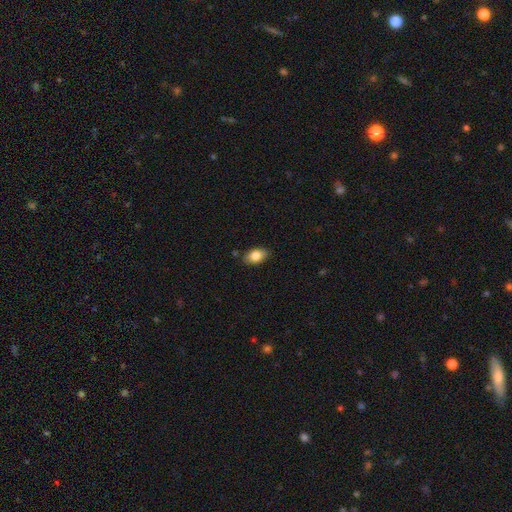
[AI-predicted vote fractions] Smooth or featured?
  - smooth: 83% *
  - featured or disk: 10%
  - star or artifact: 7%
How rounded?
  - in between: 89% *
  - round: 9%
  - cigar-shaped: 2%
Merging?
  - none: 83% *
  - minor disturbance: 13%
  - major disturbance: 2%
  - merger: 2%